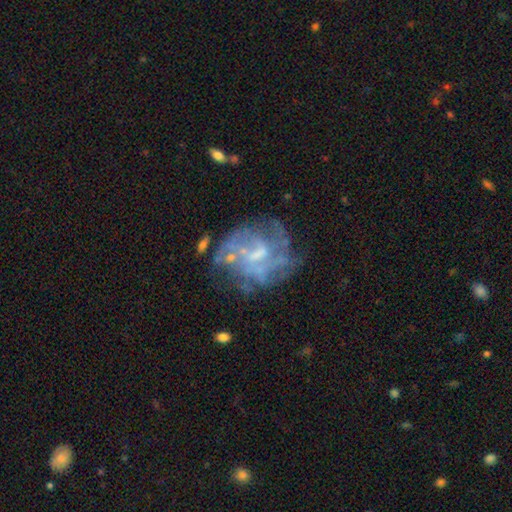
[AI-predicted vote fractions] Smooth or featured?
  - featured or disk: 72% *
  - smooth: 17%
  - star or artifact: 11%
Edge-on disk?
  - no: 98% *
  - yes: 2%
Bar?
  - no: 49% *
  - weak: 42%
  - strong: 10%
Spiral arms?
  - yes: 51% *
  - no: 49%
Bulge size?
  - small: 33% * (tied)
  - none: 33% * (tied)
  - moderate: 29%
  - large: 3%
  - dominant: 1%
Merging?
  - none: 53% *
  - major disturbance: 22%
  - minor disturbance: 20%
  - merger: 6%